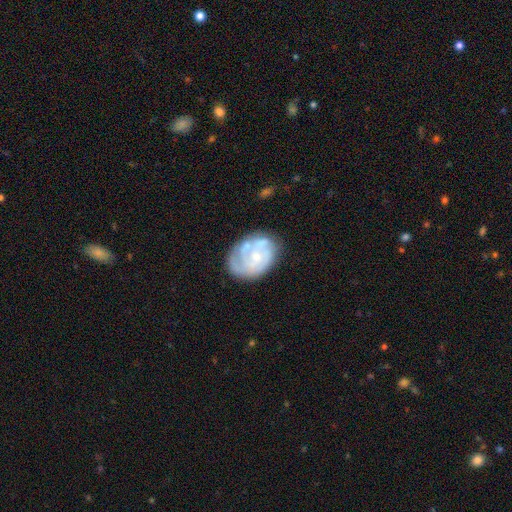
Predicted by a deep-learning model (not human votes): A featured or disk galaxy (76%) with no bar (75%), tight (61%) spiral arms (84%) and a small central bulge (64%). Merging: none (63%).